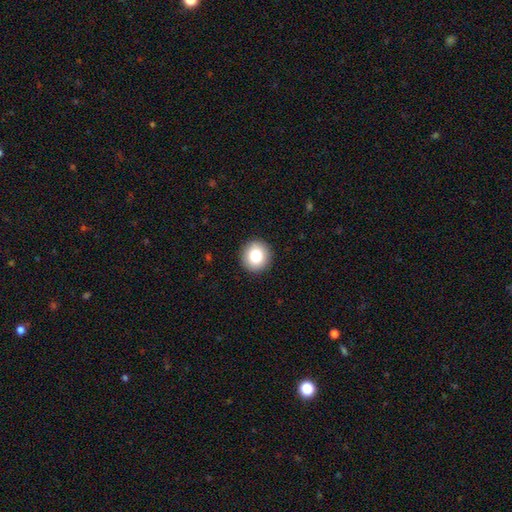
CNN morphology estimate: smooth-or-featured: smooth: 82% | star or artifact: 9% | featured or disk: 9%
  how-rounded: round: 93% | in between: 6% | cigar-shaped: 1%
  merging: none: 93% | minor disturbance: 5% | major disturbance: 2% | merger: 1%